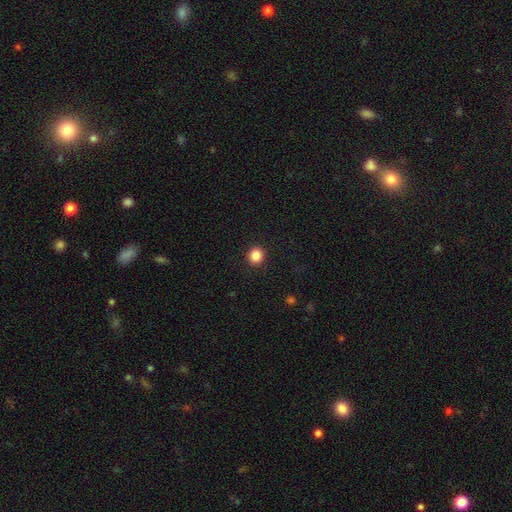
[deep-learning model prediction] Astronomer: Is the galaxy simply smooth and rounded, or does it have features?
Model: smooth — 86%.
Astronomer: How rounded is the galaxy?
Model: round — 93%.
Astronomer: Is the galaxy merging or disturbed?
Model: none — 93%.